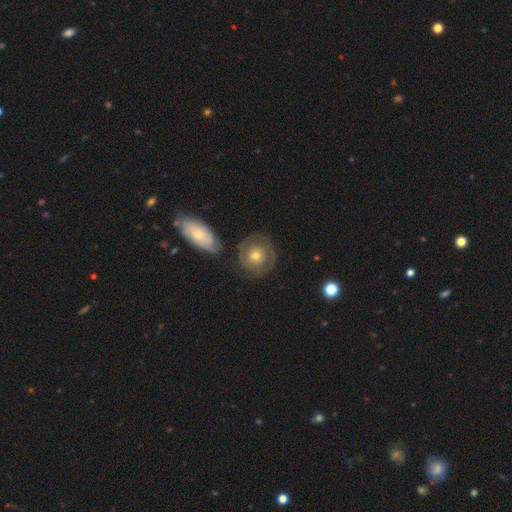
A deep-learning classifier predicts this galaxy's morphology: type=featured or disk (60%); edge-on=no (96%); bar=no (85%); spiral arms=yes (72%); bulge=moderate (51%); merging=none (73%).